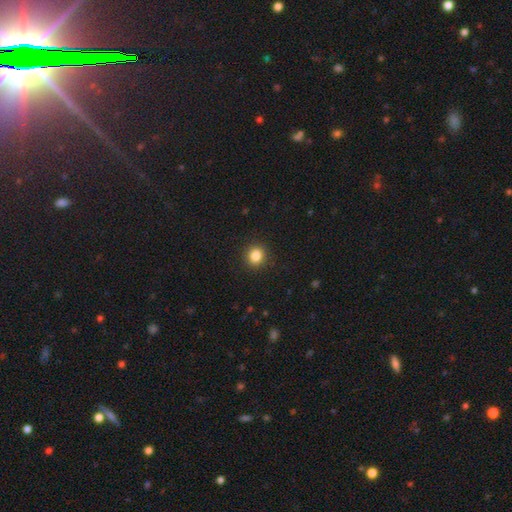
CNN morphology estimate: A smooth galaxy with no disk features (84%) that is round (87%).

Vote fractions:
- Smooth or featured? smooth: 84% / star or artifact: 11% / featured or disk: 4%
- How rounded? round: 87% / in between: 12% / cigar-shaped: 1%
- Merging? none: 92% / minor disturbance: 6% / major disturbance: 2% / merger: 1%